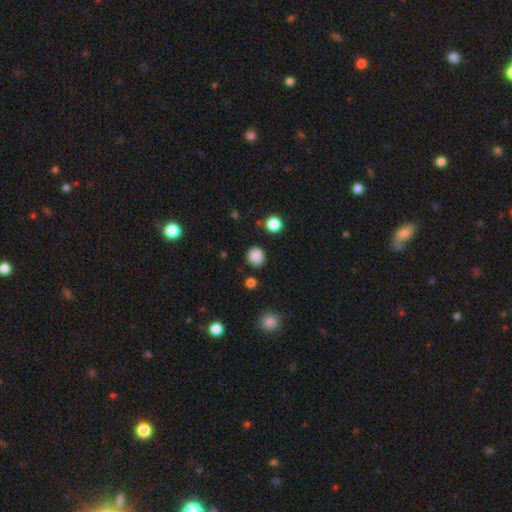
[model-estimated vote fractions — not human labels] smooth_or_featured: smooth (p=0.85) [alt: star or artifact p=0.12]
how_rounded: round (p=0.84) [alt: in between p=0.15]
merging: none (p=0.83) [alt: minor disturbance p=0.12]